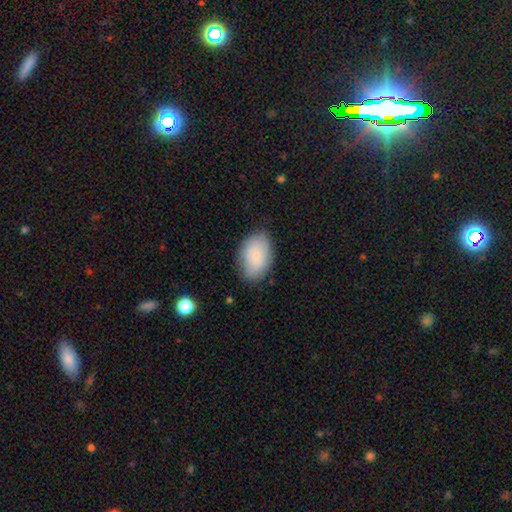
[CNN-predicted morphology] smooth 82%, featured or disk 11%, star or artifact 7%. Down the decision tree: how rounded — in between (90%); merging — none (80%).